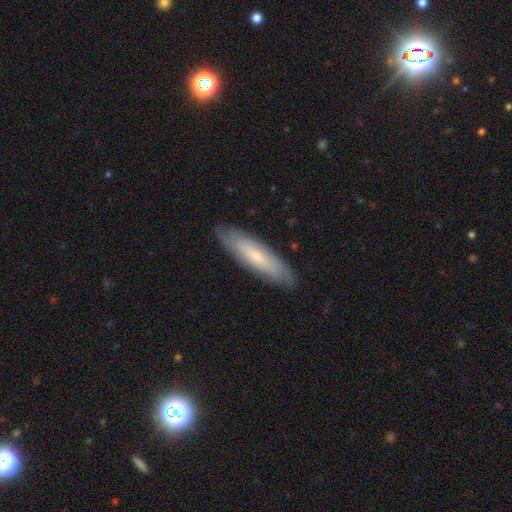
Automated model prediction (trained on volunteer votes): smooth_or_featured: smooth (p=0.51) [alt: featured or disk p=0.42]
how_rounded: cigar-shaped (p=0.67) [alt: in between p=0.32]
merging: none (p=0.85) [alt: minor disturbance p=0.12]